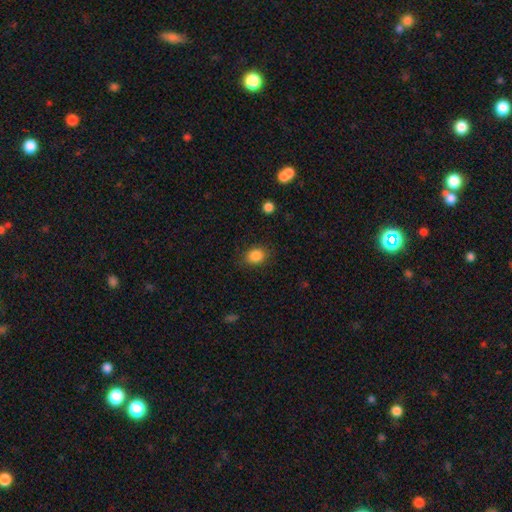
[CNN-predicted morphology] A smooth galaxy with no disk features (86%) that is round (56%). Merging: none (82%).